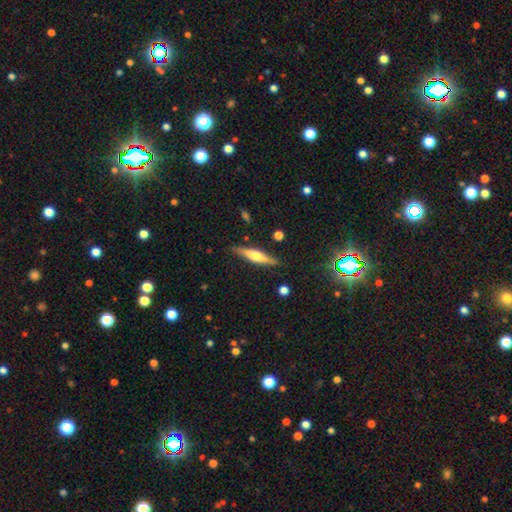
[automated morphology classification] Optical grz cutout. It shows a featured or disk galaxy (55%) viewed edge-on (94%) with a rounded central bulge (89%). Merging: none (86%).